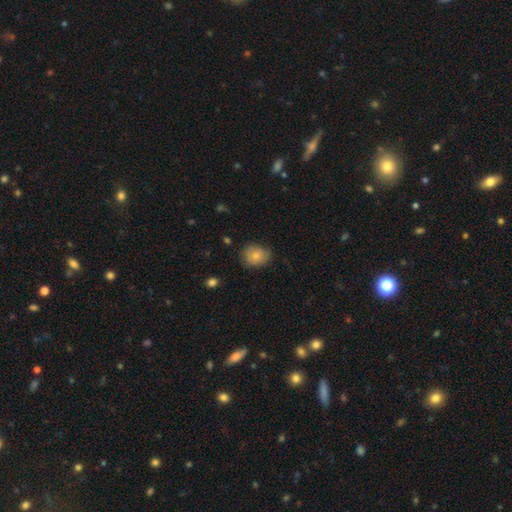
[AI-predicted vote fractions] This is clearly a smooth galaxy (81%). How rounded: possibly round (55%). Merging: likely none (75%).